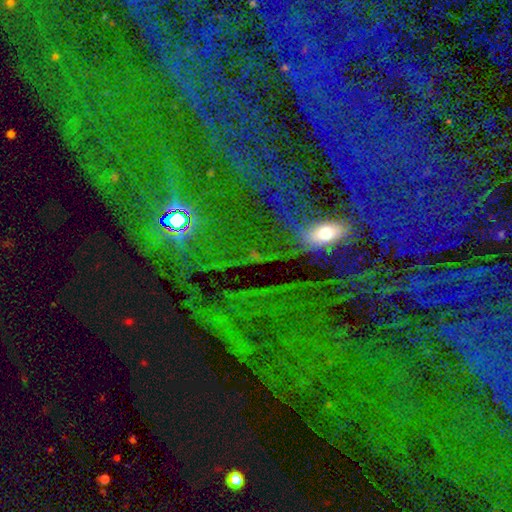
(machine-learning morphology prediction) star or artifact 75%, featured or disk 14%, smooth 11%.